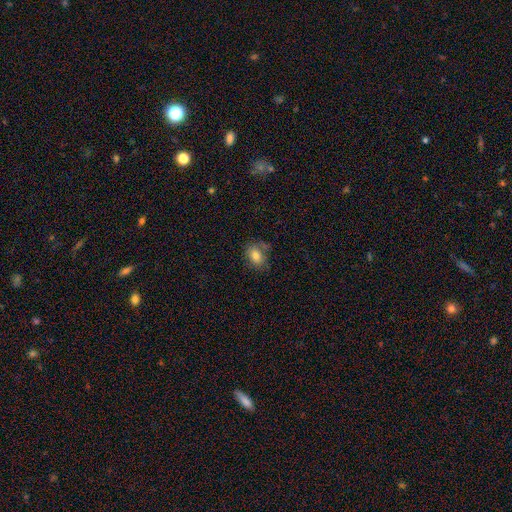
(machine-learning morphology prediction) smooth_or_featured: smooth (p=0.77) [alt: featured or disk p=0.13]
how_rounded: in between (p=0.68) [alt: round p=0.31]
merging: none (p=0.66) [alt: minor disturbance p=0.20]